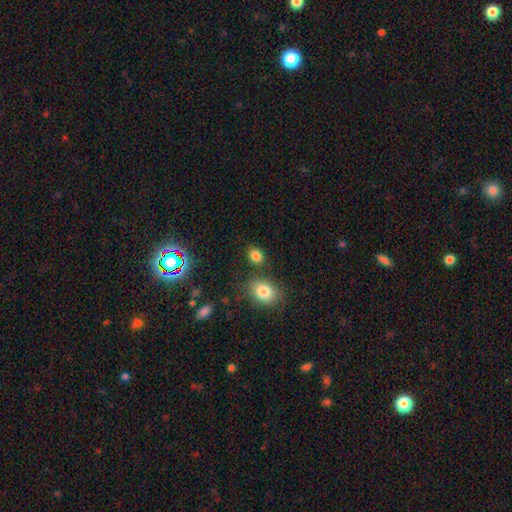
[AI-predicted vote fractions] smooth_or_featured: smooth (p=0.81) [alt: star or artifact p=0.14]
how_rounded: round (p=0.57) [alt: in between p=0.41]
merging: none (p=0.77) [alt: minor disturbance p=0.11]